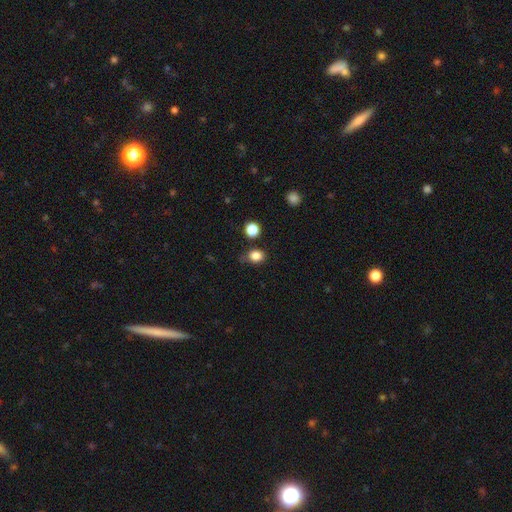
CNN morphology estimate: Smooth or featured?
  - smooth: 83% *
  - star or artifact: 12%
  - featured or disk: 5%
How rounded?
  - round: 61% *
  - in between: 38%
  - cigar-shaped: 1%
Merging?
  - none: 73% *
  - minor disturbance: 18%
  - merger: 4%
  - major disturbance: 4%